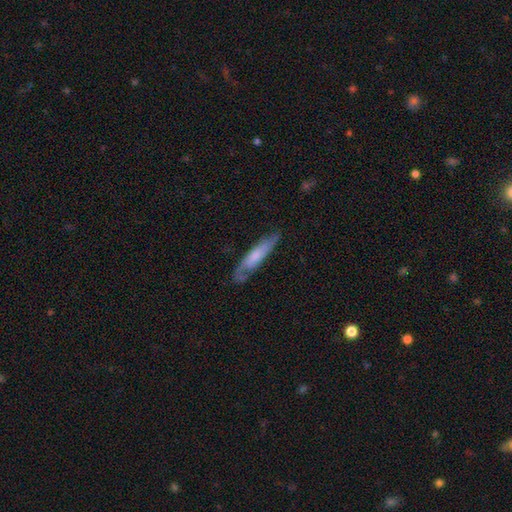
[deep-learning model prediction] Smooth or featured?
  - featured or disk: 51% *
  - smooth: 43%
  - star or artifact: 6%
Edge-on disk?
  - no: 54% *
  - yes: 46%
Merging?
  - none: 67% *
  - minor disturbance: 23%
  - major disturbance: 9%
  - merger: 2%